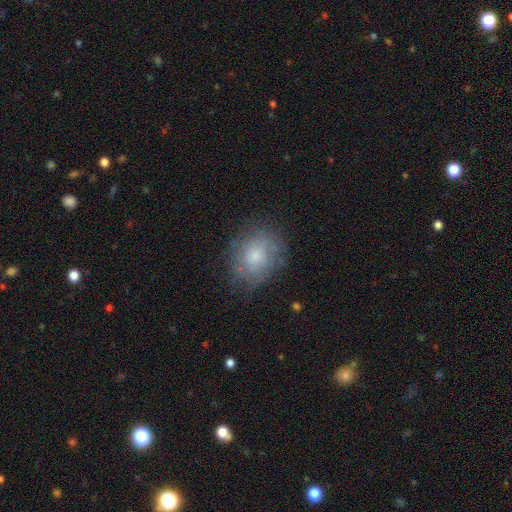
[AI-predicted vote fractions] A smooth galaxy with no disk features (64%) that is round (58%). Merging: none (70%).